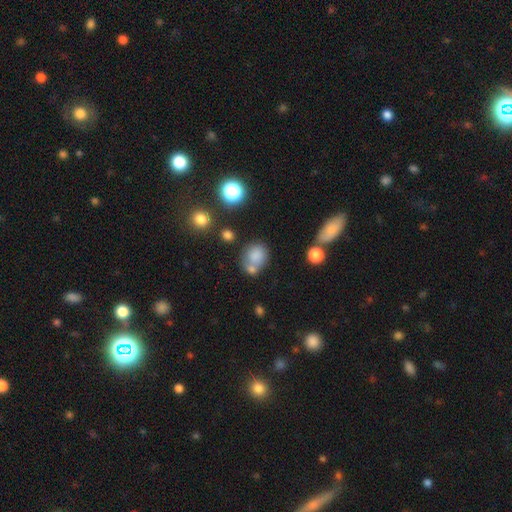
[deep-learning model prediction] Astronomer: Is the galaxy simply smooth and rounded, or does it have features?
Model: smooth — 77%.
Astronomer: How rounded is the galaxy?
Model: round — 67%.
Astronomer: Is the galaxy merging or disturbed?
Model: none — 47% (runner-up: merger, 31%).